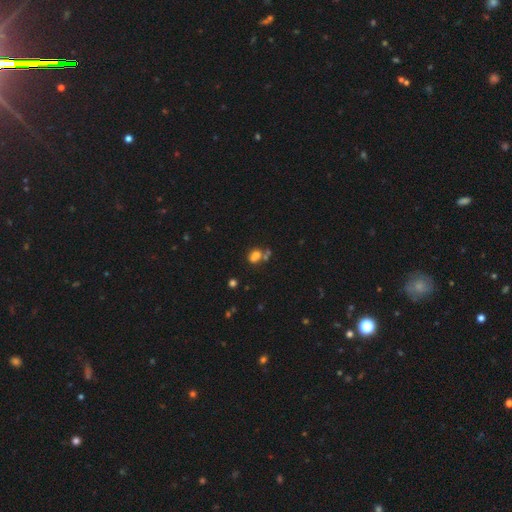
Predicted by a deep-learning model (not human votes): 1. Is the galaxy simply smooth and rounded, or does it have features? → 69% smooth, 17% star or artifact, 14% featured or disk.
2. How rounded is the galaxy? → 50% in between, 48% round, 2% cigar-shaped.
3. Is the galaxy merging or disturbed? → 40% merger, 39% none, 13% minor disturbance, 7% major disturbance.